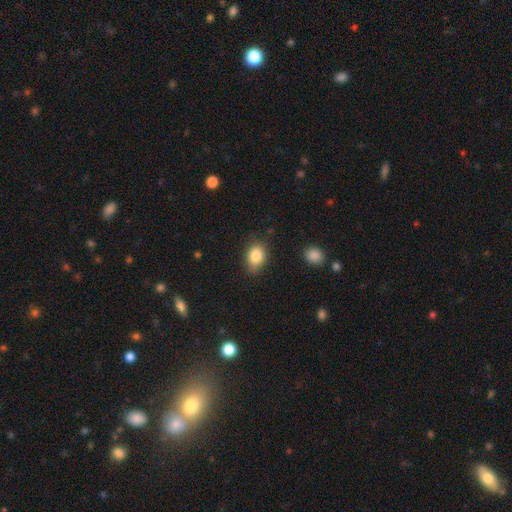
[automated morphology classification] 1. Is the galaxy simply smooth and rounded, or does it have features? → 85% smooth, 8% star or artifact, 7% featured or disk.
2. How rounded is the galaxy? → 75% in between, 23% round, 1% cigar-shaped.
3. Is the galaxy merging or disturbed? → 76% none, 19% minor disturbance, 4% major disturbance, 2% merger.